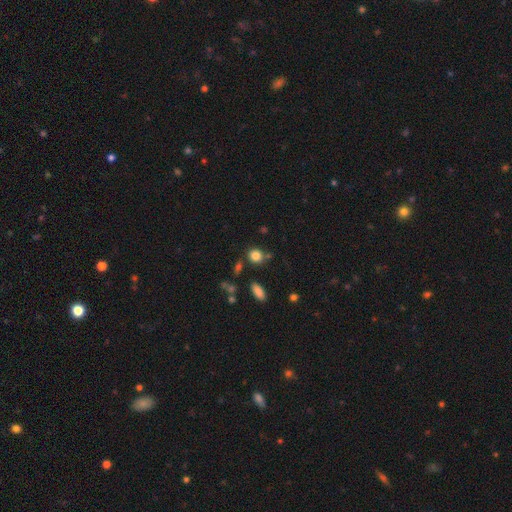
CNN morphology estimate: Smooth or featured: smooth — 83% (star or artifact — 11%)
How rounded: round — 73% (in between — 26%)
Merging: none — 75% (minor disturbance — 13%)